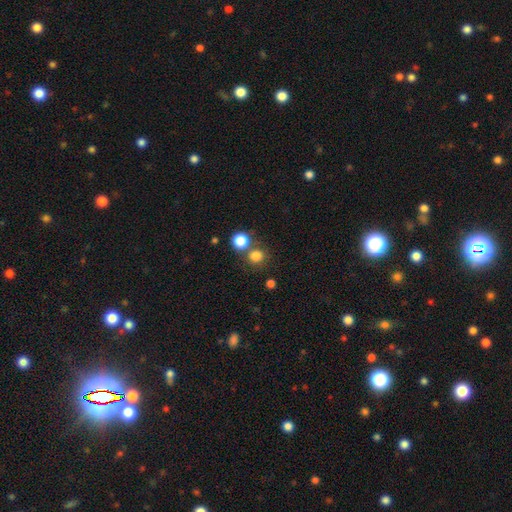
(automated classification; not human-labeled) A smooth galaxy with no disk features (80%) that is round (87%).

Vote fractions:
- Smooth or featured? smooth: 80% / star or artifact: 14% / featured or disk: 6%
- How rounded? round: 87% / in between: 12% / cigar-shaped: 1%
- Merging? none: 66% / merger: 23% / minor disturbance: 8% / major disturbance: 3%